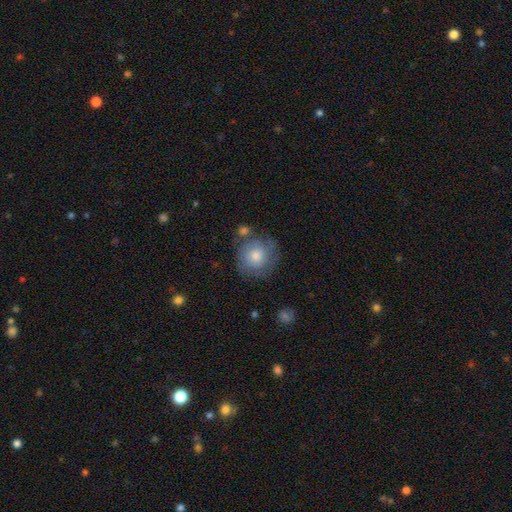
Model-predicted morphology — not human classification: Smooth or featured?
  - smooth: 60% *
  - featured or disk: 31%
  - star or artifact: 9%
How rounded?
  - round: 92% *
  - in between: 7%
  - cigar-shaped: 1%
Merging?
  - none: 71% *
  - minor disturbance: 17%
  - major disturbance: 7%
  - merger: 6%